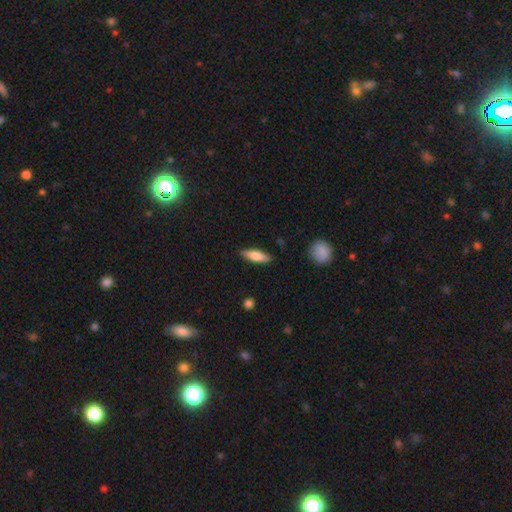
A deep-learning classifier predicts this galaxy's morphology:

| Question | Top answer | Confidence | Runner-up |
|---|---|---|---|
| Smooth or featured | smooth | 66% | featured or disk (28%) |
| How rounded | cigar-shaped | 53% | in between (45%) |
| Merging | none | 86% | minor disturbance (10%) |